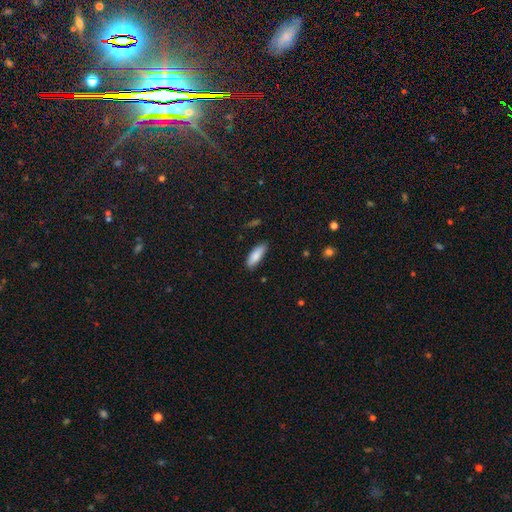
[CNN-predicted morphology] Overall: smooth (85%). How rounded: in between (60%; cigar-shaped 39%). Merging: none (83%).